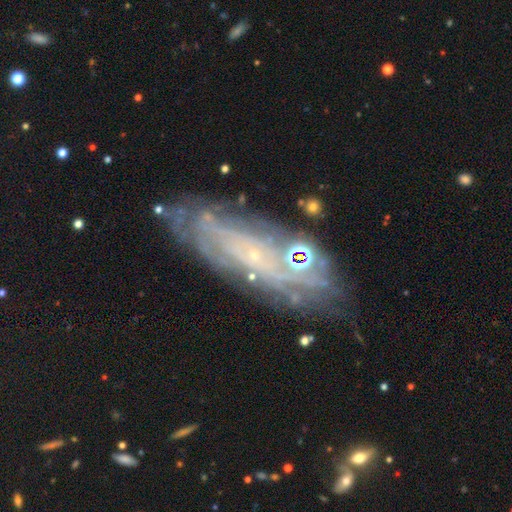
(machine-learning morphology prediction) A featured or disk galaxy (78%) with no bar (72%), tight (71%) spiral arms (86%) and a small central bulge (85%).

Vote fractions:
- Smooth or featured? featured or disk: 78% / smooth: 12% / star or artifact: 10%
- Edge-on disk? no: 82% / yes: 18%
- Bar? no: 72% / weak: 21% / strong: 7%
- Spiral arms? yes: 86% / no: 14%
- Spiral winding? tight: 71% / medium: 21% / loose: 8%
- Spiral arm count? can't tell: 56% / 2: 12% / more than 4: 9% / 4: 9% / 3: 8% / 1: 6%
- Bulge size? small: 85% / none: 7% / moderate: 6% / large: 1% / dominant: 1%
- Merging? none: 76% / minor disturbance: 15% / major disturbance: 6% / merger: 4%